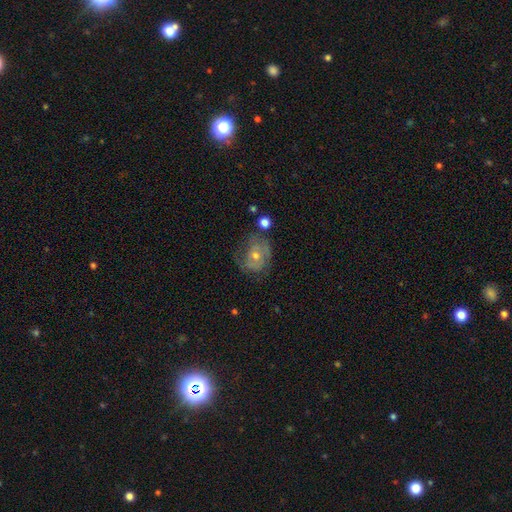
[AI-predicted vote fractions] featured or disk 58%, smooth 29%, star or artifact 12%. Down the decision tree: edge-on disk — no (96%); bar — no (78%); spiral arms — yes (64%); bulge size — moderate (50%); merging — none (51%).